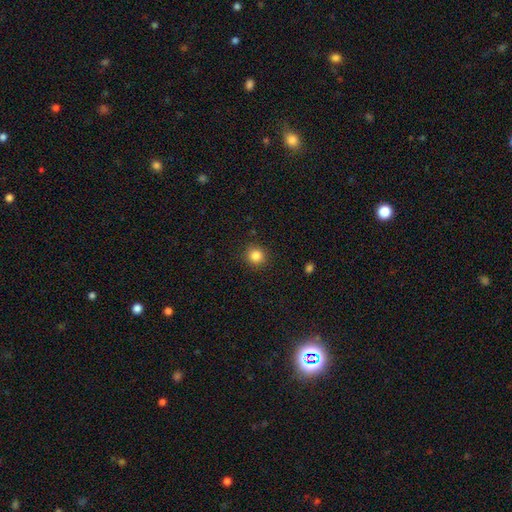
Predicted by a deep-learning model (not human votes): Morphology: type=smooth (84%); roundness=round (92%); merging=none (91%).